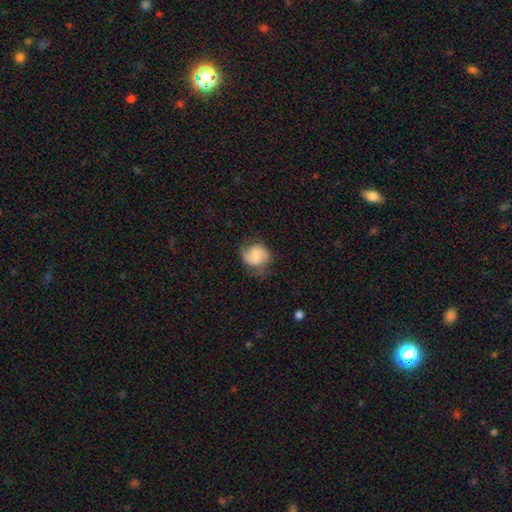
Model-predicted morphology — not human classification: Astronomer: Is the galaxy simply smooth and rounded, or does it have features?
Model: smooth — 63%.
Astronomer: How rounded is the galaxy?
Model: round — 69%.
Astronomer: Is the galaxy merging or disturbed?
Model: none — 54% (runner-up: minor disturbance, 30%).